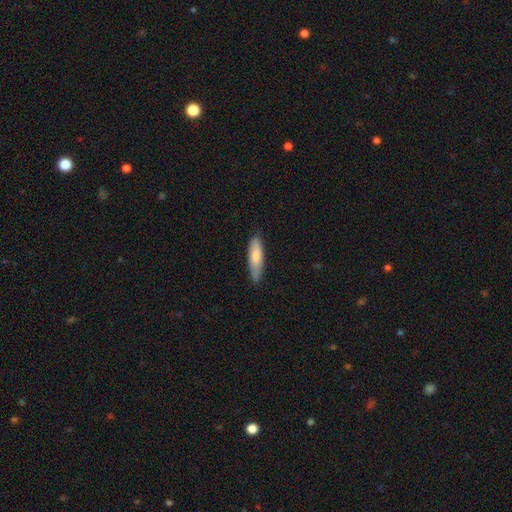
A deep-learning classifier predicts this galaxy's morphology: This is likely a smooth galaxy (77%). How rounded: likely cigar-shaped (63%). Merging: likely none (77%).